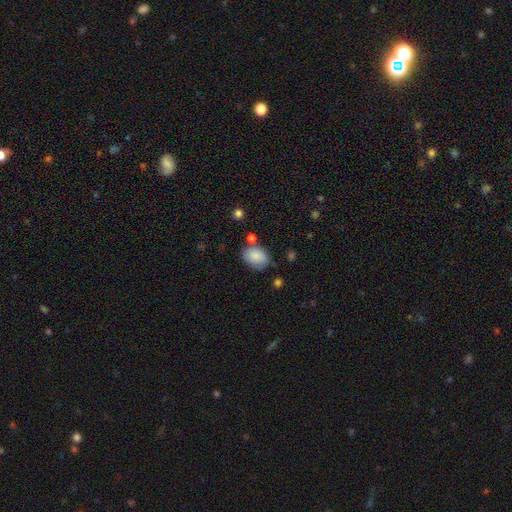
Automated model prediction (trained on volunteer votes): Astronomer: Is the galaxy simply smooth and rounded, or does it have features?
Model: smooth — 85%.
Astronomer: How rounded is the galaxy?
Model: in between — 69%.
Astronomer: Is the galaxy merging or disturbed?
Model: none — 68%.